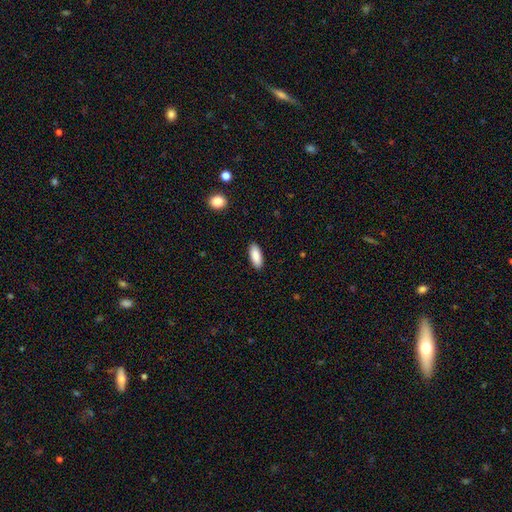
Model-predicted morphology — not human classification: type=smooth (89%); roundness=in between (78%); merging=none (90%).